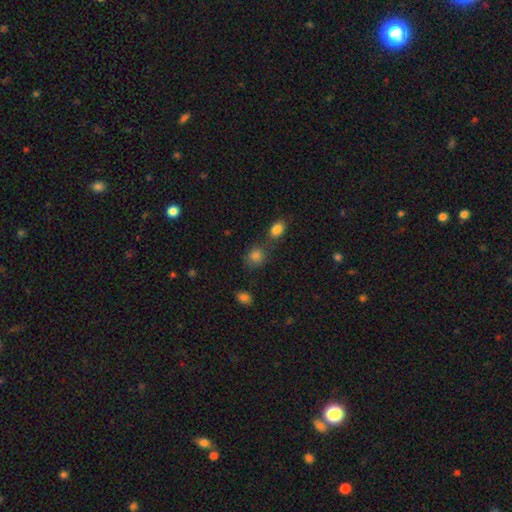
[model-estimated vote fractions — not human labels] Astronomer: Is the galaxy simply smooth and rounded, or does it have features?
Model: smooth — 83%.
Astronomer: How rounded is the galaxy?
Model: round — 69%.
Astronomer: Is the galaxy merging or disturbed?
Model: none — 60%.